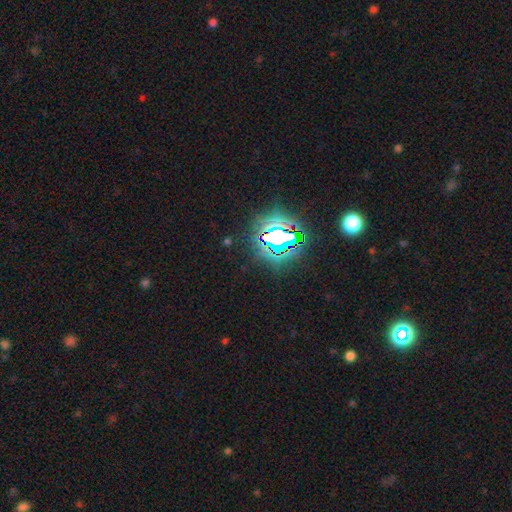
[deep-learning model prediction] The model was most divided on "smooth or featured": star or artifact: 82%, smooth: 11%, featured or disk: 7%.